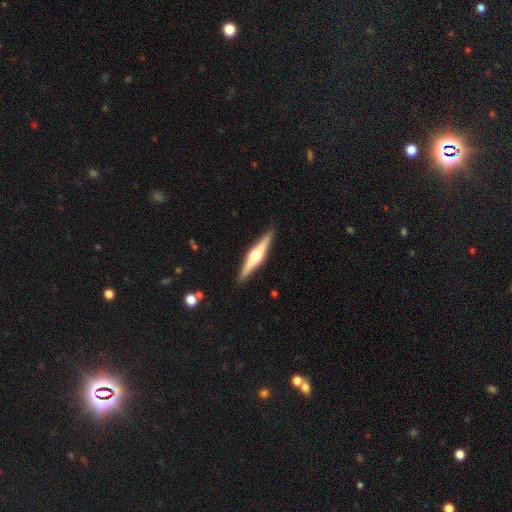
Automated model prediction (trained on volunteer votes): featured or disk 72%, smooth 24%, star or artifact 5%. Down the decision tree: edge-on disk — yes (97%); edge-on bulge — rounded (92%); merging — none (90%).